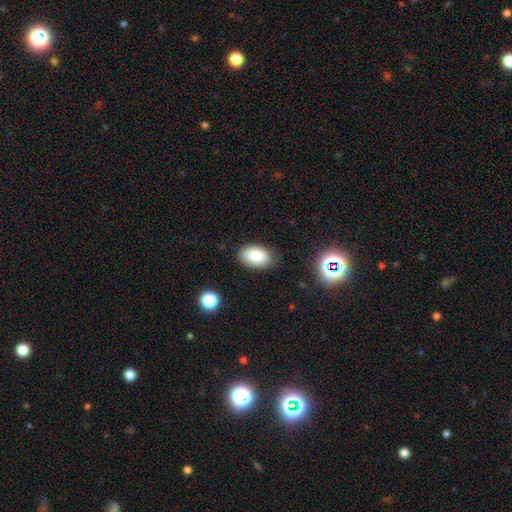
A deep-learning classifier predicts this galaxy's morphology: Smooth or featured? smooth (83%)
How rounded? in between (91%)
Merging? none (84%)